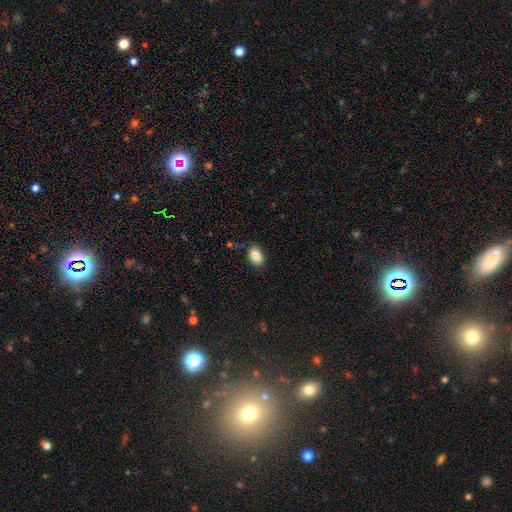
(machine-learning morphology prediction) Smooth or featured: smooth — 88% (star or artifact — 8%)
How rounded: in between — 88% (round — 11%)
Merging: none — 80% (minor disturbance — 15%)